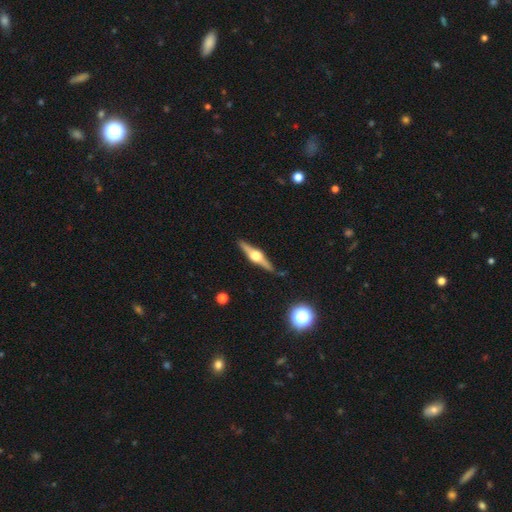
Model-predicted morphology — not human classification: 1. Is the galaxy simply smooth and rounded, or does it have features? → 81% featured or disk, 13% smooth, 6% star or artifact.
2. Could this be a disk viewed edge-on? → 98% yes, 2% no.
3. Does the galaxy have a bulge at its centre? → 94% rounded, 5% boxy, 1% none.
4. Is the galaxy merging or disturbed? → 87% none, 9% minor disturbance, 2% major disturbance, 2% merger.